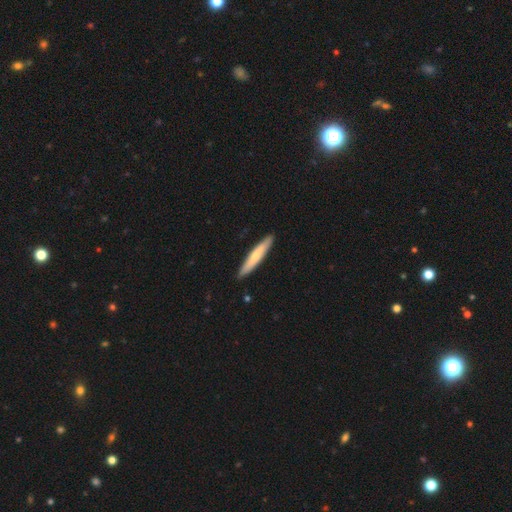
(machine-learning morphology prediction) smooth_or_featured: smooth (p=0.68) [alt: featured or disk p=0.28]
how_rounded: cigar-shaped (p=0.93) [alt: in between p=0.06]
merging: none (p=0.90) [alt: minor disturbance p=0.07]